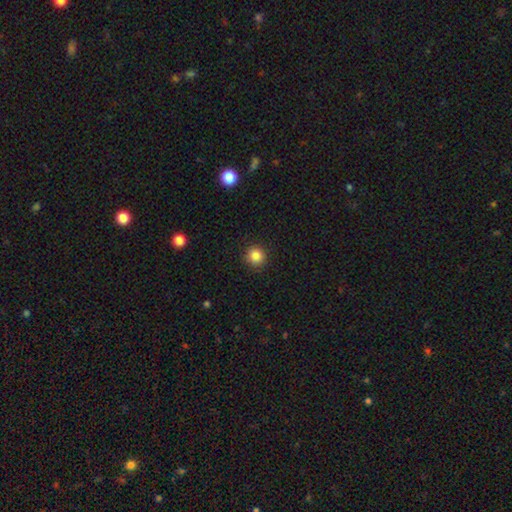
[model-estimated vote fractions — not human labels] A smooth galaxy with no disk features (85%) that is round (94%). Merging: none (92%).